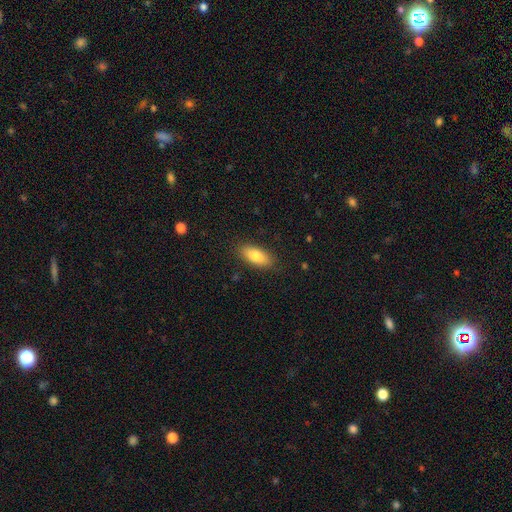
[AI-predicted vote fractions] Smooth or featured: smooth — 83% (featured or disk — 10%)
How rounded: in between — 82% (cigar-shaped — 16%)
Merging: none — 87% (minor disturbance — 10%)